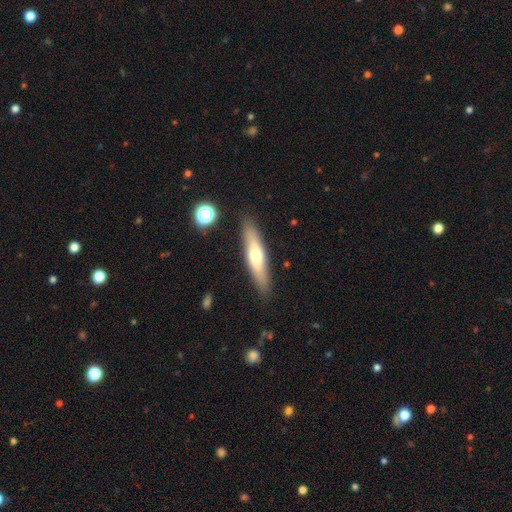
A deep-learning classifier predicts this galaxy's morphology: type=smooth (54%); roundness=cigar-shaped (76%); merging=none (87%).